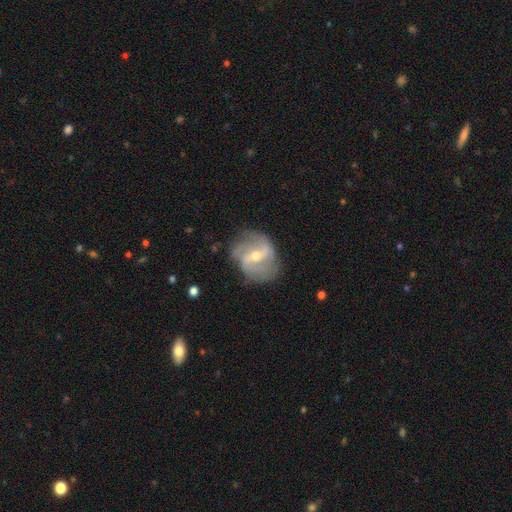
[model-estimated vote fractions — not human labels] Morphology: type=featured or disk (85%); edge-on=no (97%); bar=weak (47%); spiral arms=yes (93%); winding=medium (43%); arm count=2 (59%); bulge=moderate (49%); merging=none (73%).